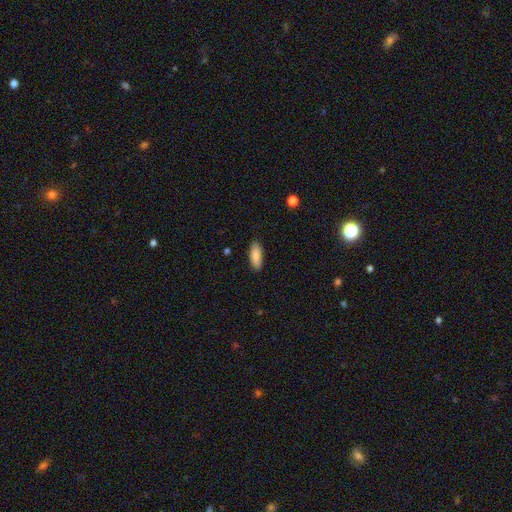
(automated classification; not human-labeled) This appears to be a smooth galaxy with no disk features (88%) that is in between round and cigar-shaped (74%). Merging: none (88%).